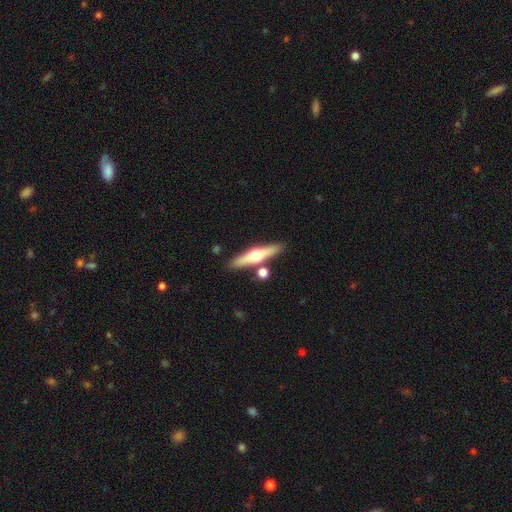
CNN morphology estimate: smooth_or_featured: featured or disk (p=0.60) [alt: smooth p=0.34]
disk_edge_on: yes (p=0.95) [alt: no p=0.05]
edge_on_bulge: rounded (p=0.95) [alt: none p=0.03]
merging: none (p=0.81) [alt: minor disturbance p=0.08]